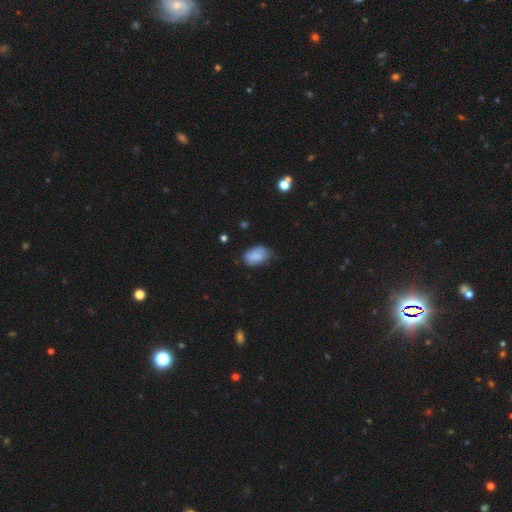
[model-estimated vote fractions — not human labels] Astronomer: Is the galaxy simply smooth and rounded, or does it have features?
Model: smooth — 82%.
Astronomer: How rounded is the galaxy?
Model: in between — 88%.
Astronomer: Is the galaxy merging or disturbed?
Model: none — 55% (runner-up: minor disturbance, 35%).